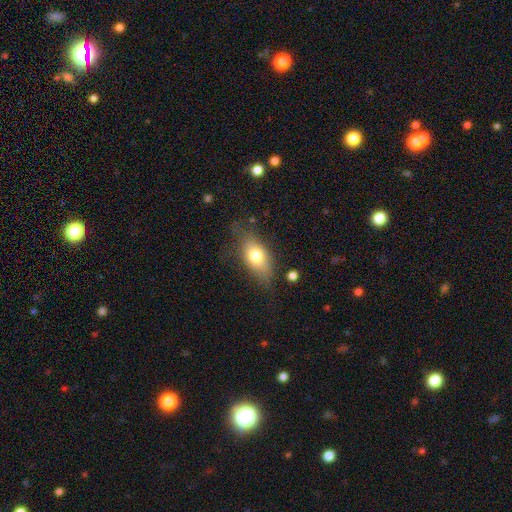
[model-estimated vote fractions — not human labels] smooth_or_featured: smooth (p=0.72) [alt: featured or disk p=0.19]
how_rounded: in between (p=0.81) [alt: round p=0.10]
merging: none (p=0.66) [alt: minor disturbance p=0.22]